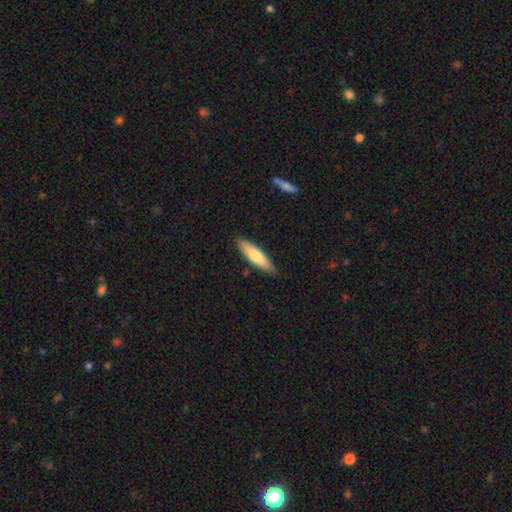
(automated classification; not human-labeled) smooth_or_featured: smooth (p=0.70) [alt: featured or disk p=0.24]
how_rounded: cigar-shaped (p=0.68) [alt: in between p=0.30]
merging: none (p=0.86) [alt: minor disturbance p=0.11]